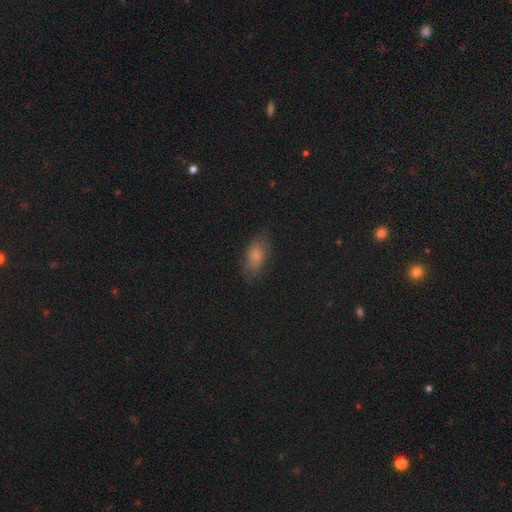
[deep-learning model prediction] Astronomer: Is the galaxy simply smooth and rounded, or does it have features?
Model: smooth — 74%.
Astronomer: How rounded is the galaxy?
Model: in between — 87%.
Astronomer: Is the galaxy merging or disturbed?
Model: none — 72%.